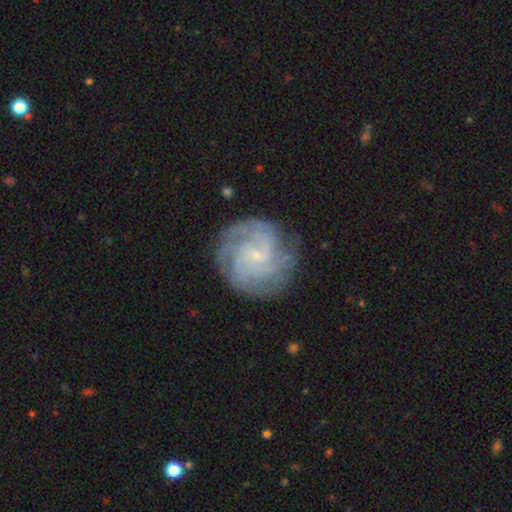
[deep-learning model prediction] A featured or disk galaxy (84%) with no bar (60%), 4 (30%) tight (66%) spiral arms (97%) and a small central bulge (81%). Merging: none (80%).